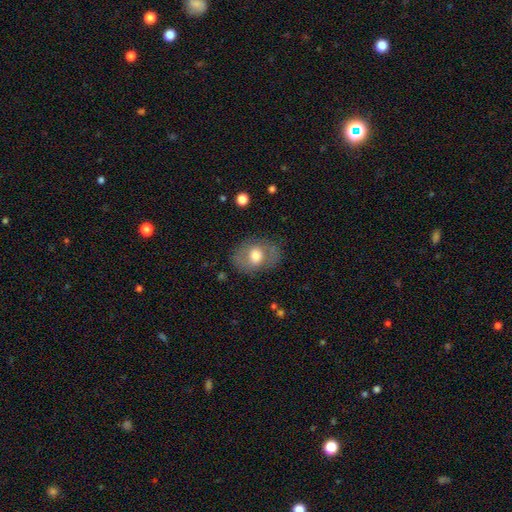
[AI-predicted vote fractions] Smooth or featured: smooth — 60% (featured or disk — 33%)
How rounded: in between — 61% (round — 38%)
Merging: none — 77% (minor disturbance — 14%)